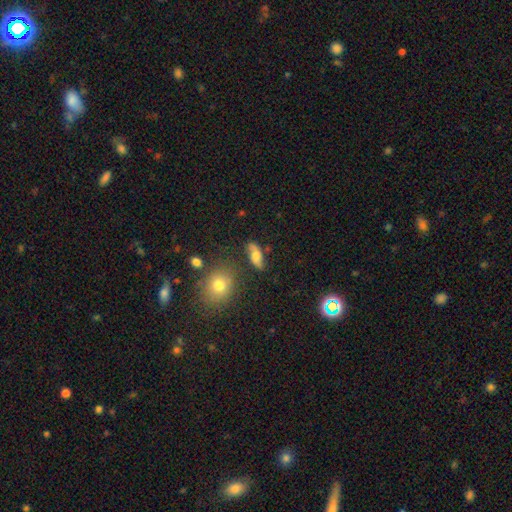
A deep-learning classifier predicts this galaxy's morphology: type=smooth (57%); roundness=in between (72%); merging=none (66%).